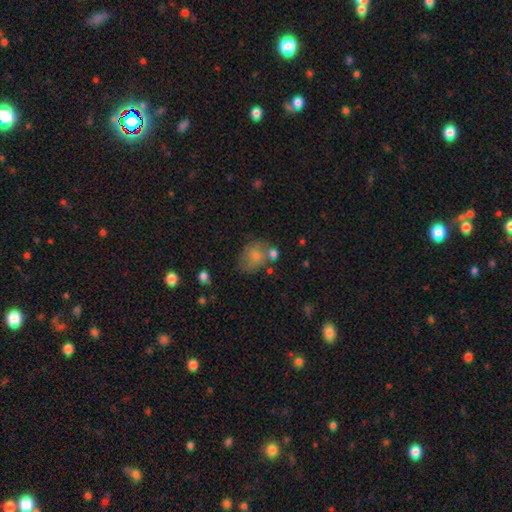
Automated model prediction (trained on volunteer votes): Smooth or featured?
  - smooth: 66% *
  - featured or disk: 19%
  - star or artifact: 15%
How rounded?
  - in between: 55% *
  - round: 44%
  - cigar-shaped: 1%
Merging?
  - none: 59% *
  - minor disturbance: 21%
  - merger: 12%
  - major disturbance: 8%